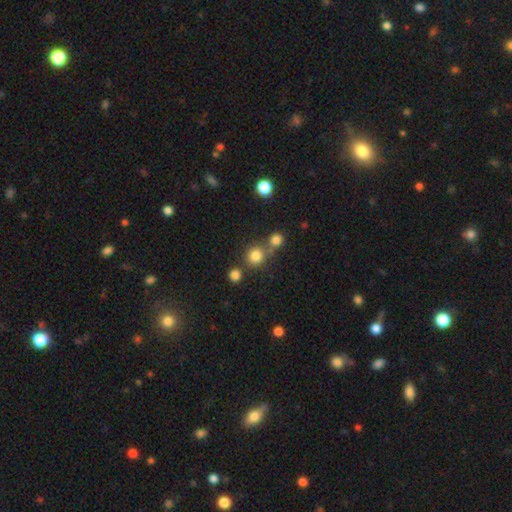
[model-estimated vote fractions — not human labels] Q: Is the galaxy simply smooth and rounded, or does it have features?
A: smooth — 80%.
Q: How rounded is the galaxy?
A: round — 89%.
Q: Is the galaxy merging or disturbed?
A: none — 65%.